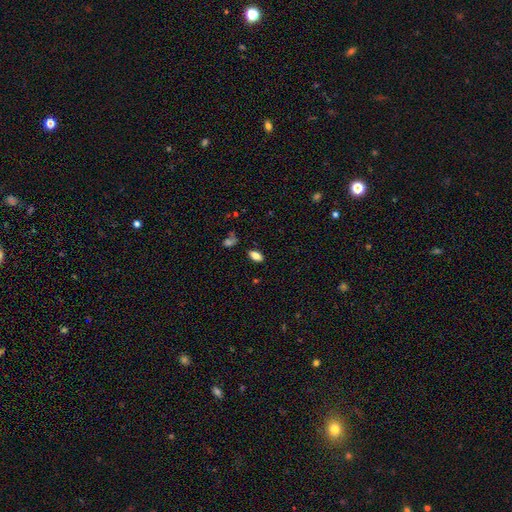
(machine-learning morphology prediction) type=smooth (78%); roundness=in between (90%); merging=none (84%).